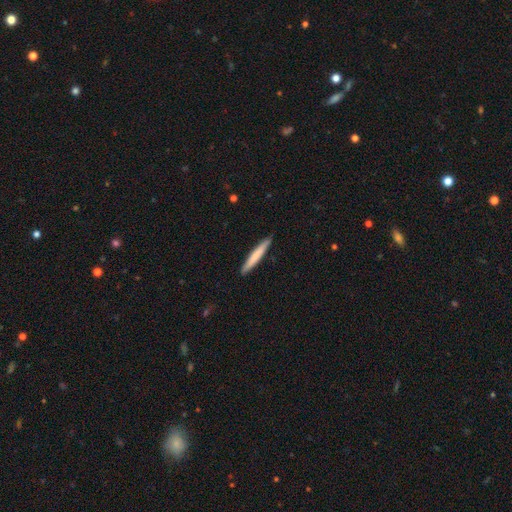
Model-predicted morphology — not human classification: Smooth or featured? smooth (72%)
How rounded? cigar-shaped (96%)
Merging? none (90%)